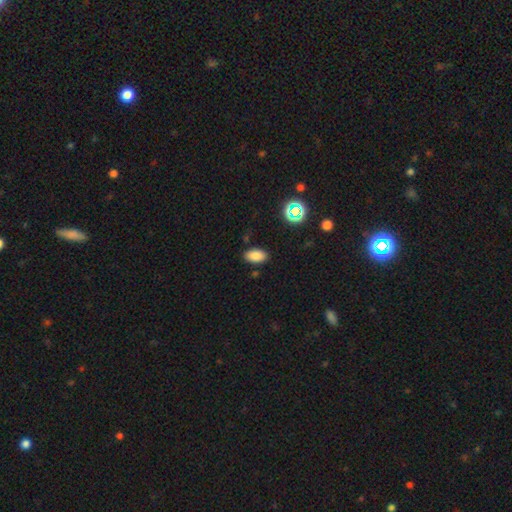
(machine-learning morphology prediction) smooth-or-featured: smooth: 82% | star or artifact: 13% | featured or disk: 5%
  how-rounded: in between: 92% | round: 5% | cigar-shaped: 3%
  merging: none: 86% | minor disturbance: 10% | major disturbance: 2% | merger: 2%